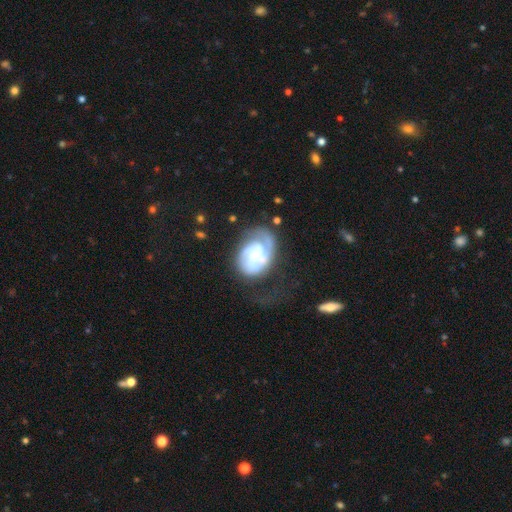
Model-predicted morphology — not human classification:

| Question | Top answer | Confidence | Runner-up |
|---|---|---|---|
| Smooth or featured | featured or disk | 82% | smooth (13%) |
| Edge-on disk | no | 98% | yes (2%) |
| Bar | no | 58% | weak (35%) |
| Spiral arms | yes | 95% | no (5%) |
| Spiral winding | tight | 48% | medium (39%) |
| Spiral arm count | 2 | 41% | 3 (23%) |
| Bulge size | small | 51% | moderate (33%) |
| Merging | none | 44% | major disturbance (29%) |